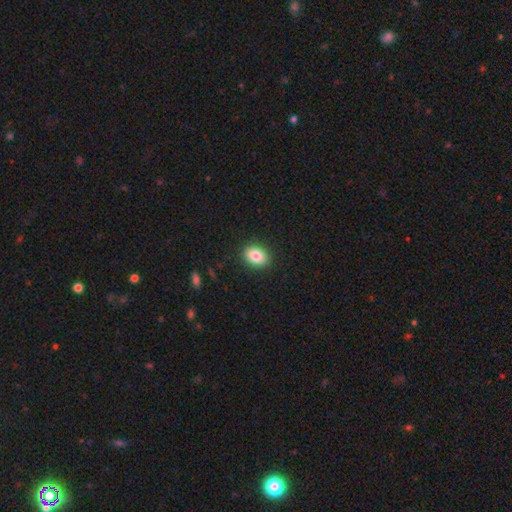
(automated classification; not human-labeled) Morphology: type=smooth (85%); roundness=in between (74%); merging=none (89%).